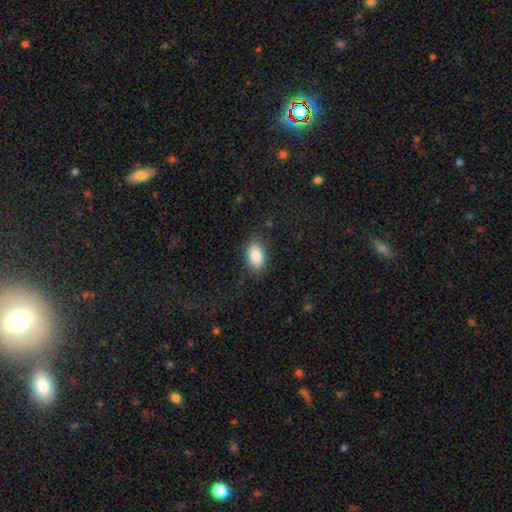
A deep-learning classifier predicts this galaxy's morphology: Q: Smooth or featured?
A: smooth (86%); runner-up: star or artifact (7%)
Q: How rounded?
A: in between (92%); runner-up: round (5%)
Q: Merging?
A: none (83%); runner-up: minor disturbance (12%)